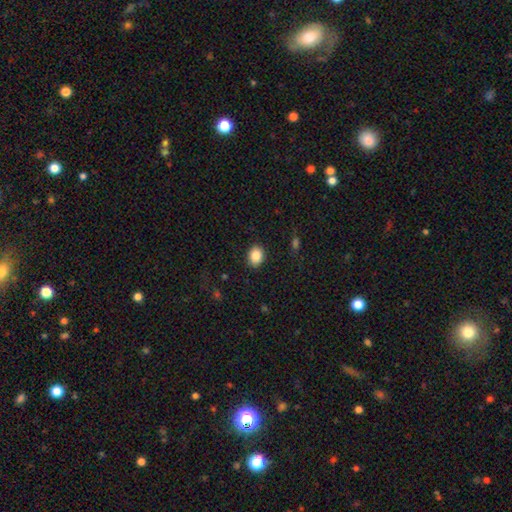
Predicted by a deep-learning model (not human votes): Smooth or featured? Predicted: smooth (p=0.85). How rounded? Predicted: in between (p=0.53). Merging? Predicted: none (p=0.88).